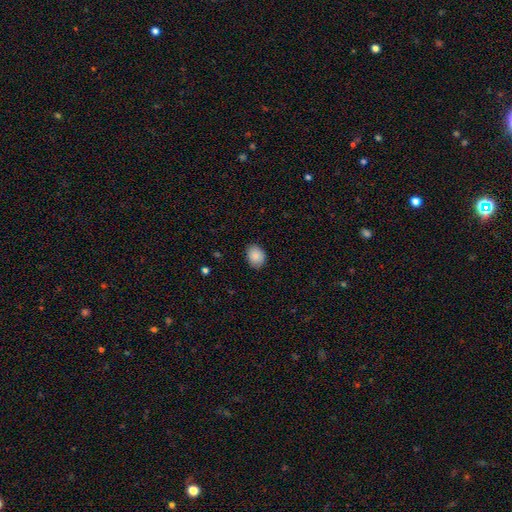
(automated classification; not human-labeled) smooth 88%, star or artifact 7%, featured or disk 5%. Down the decision tree: how rounded — in between (68%); merging — none (85%).